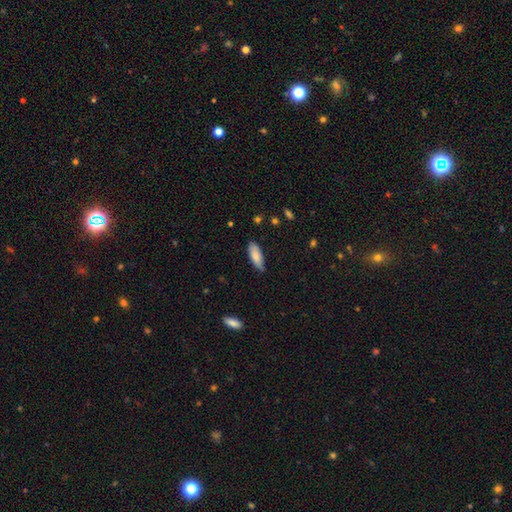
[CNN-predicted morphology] A smooth galaxy with no disk features (80%) that is in between round and cigar-shaped (72%). Merging: none (73%).